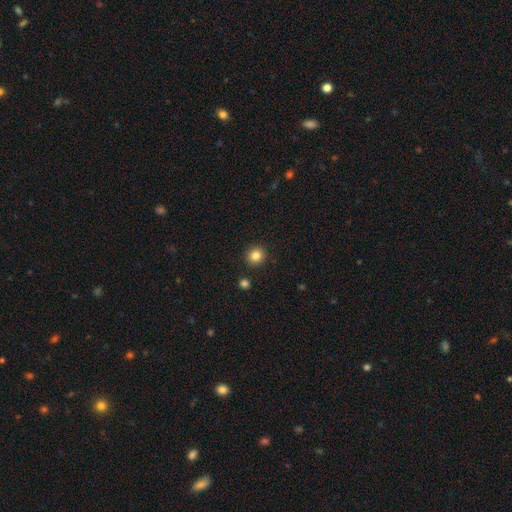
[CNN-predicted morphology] The model was most divided on "smooth or featured": smooth: 84%, star or artifact: 11%, featured or disk: 5%. More confident: merging — none (90%); how rounded — round (88%).